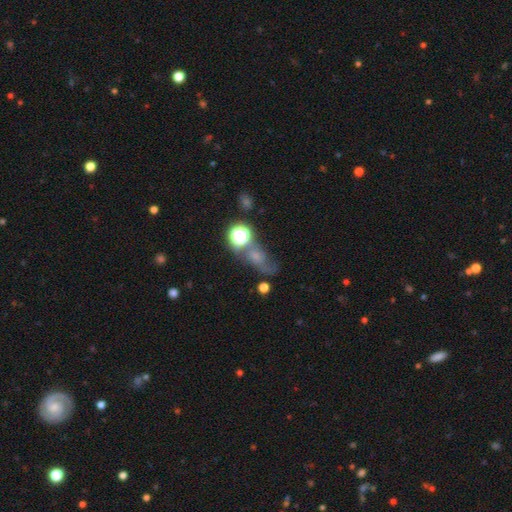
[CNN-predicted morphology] Smooth or featured?
  - smooth: 36% * (tied)
  - star or artifact: 36% * (tied)
  - featured or disk: 28%
Merging?
  - none: 44% *
  - major disturbance: 20%
  - minor disturbance: 20%
  - merger: 16%